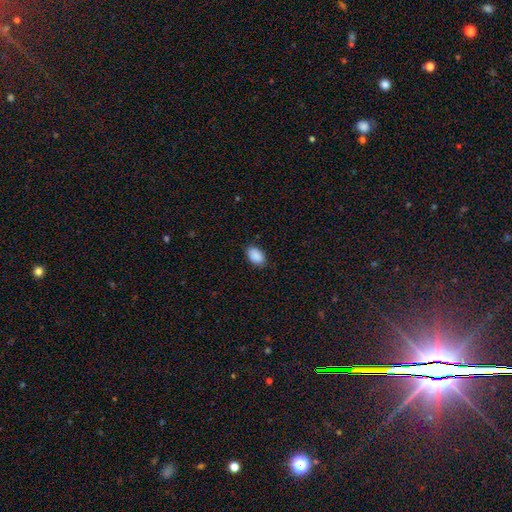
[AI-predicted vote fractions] Morphology: type=smooth (90%); roundness=in between (90%); merging=none (85%).